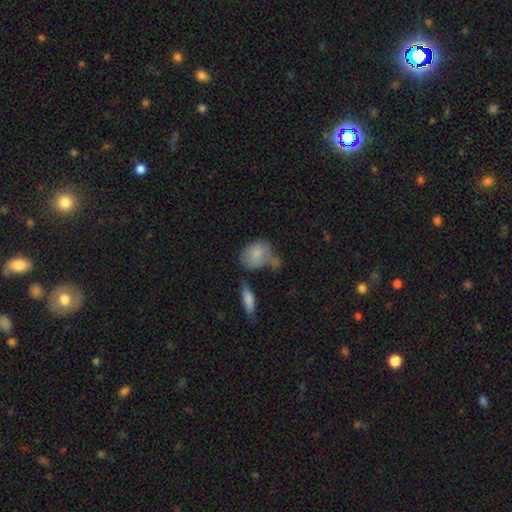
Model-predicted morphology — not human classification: Smooth or featured: smooth — 77% (featured or disk — 16%)
How rounded: in between — 65% (round — 33%)
Merging: none — 36% (merger — 29%)